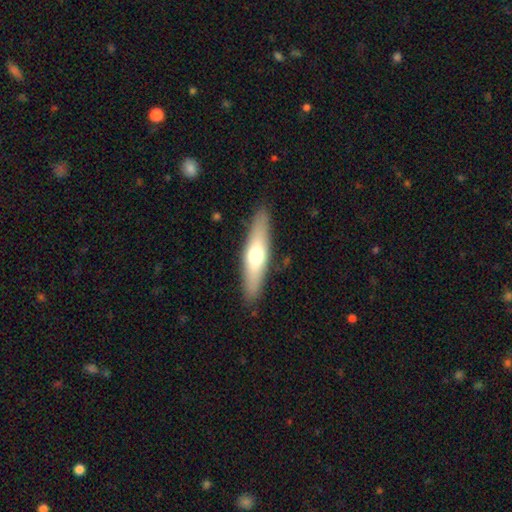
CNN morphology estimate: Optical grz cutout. It shows a smooth galaxy with no disk features (55%) that is cigar-shaped (71%). Merging: none (88%).